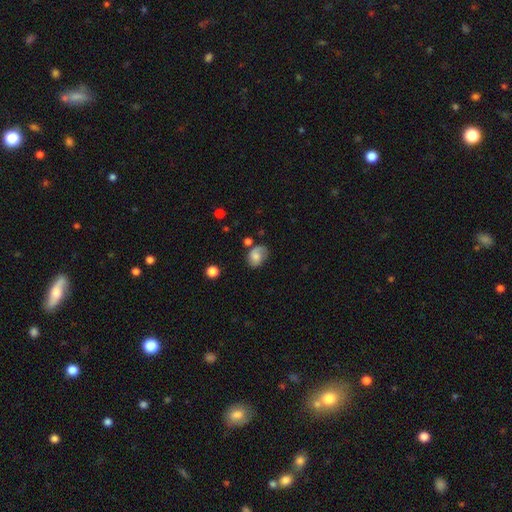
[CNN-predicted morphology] Smooth or featured? Predicted: smooth (p=0.59). How rounded? Predicted: in between (p=0.64). Merging? Predicted: none (p=0.52).